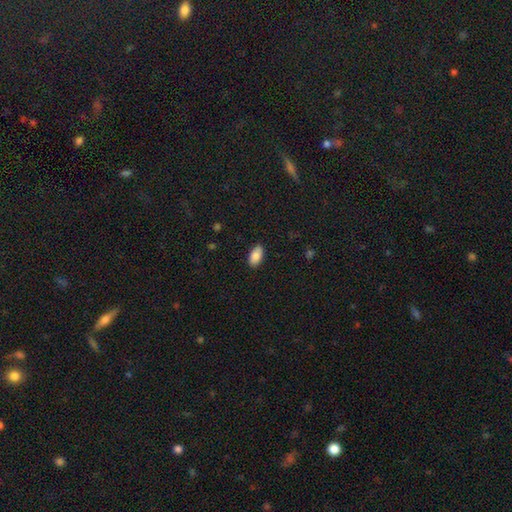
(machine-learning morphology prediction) smooth 87%, star or artifact 7%, featured or disk 6%. Down the decision tree: how rounded — in between (94%); merging — none (87%).